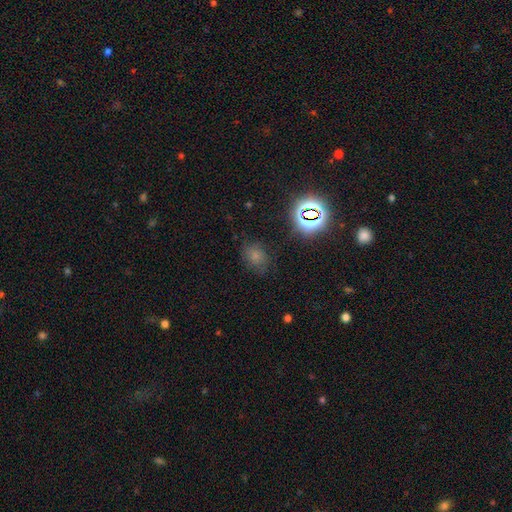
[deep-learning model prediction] smooth-or-featured: smooth: 63% | star or artifact: 27% | featured or disk: 10%
  how-rounded: in between: 58% | round: 41% | cigar-shaped: 1%
  merging: none: 72% | minor disturbance: 19% | major disturbance: 7% | merger: 2%